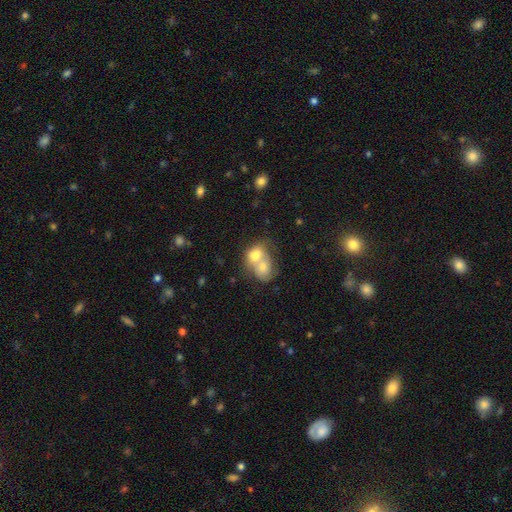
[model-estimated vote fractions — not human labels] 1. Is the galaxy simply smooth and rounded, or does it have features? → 70% smooth, 22% featured or disk, 8% star or artifact.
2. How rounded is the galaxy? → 54% in between, 45% round, 1% cigar-shaped.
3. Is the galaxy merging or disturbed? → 77% merger, 14% none, 5% minor disturbance, 4% major disturbance.